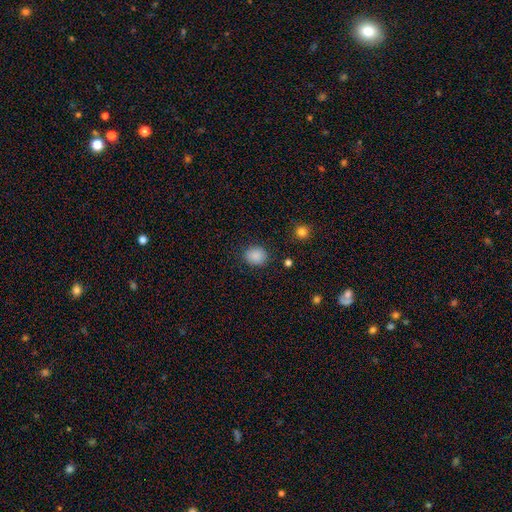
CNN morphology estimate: Smooth or featured? Predicted: smooth (p=0.87). How rounded? Predicted: round (p=0.69). Merging? Predicted: none (p=0.86).